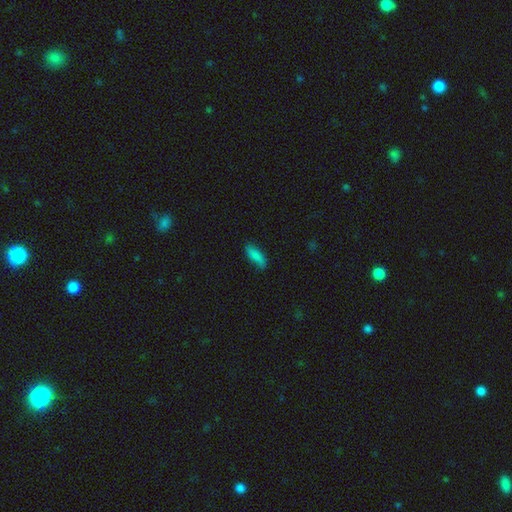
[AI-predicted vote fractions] The model was most divided on "how rounded": in between: 58%, cigar-shaped: 40%, round: 2%. More confident: smooth or featured — smooth (82%); merging — none (76%).